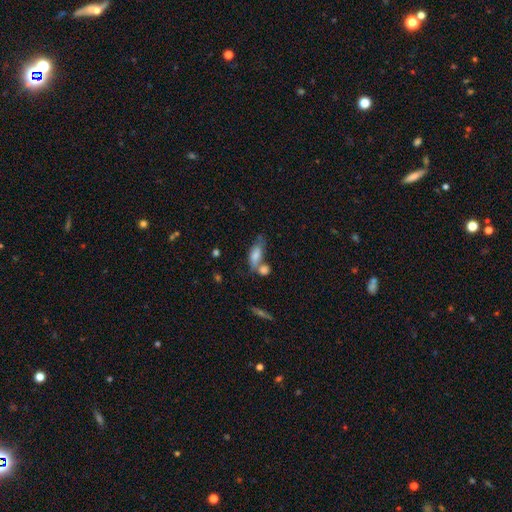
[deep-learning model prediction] Overall: smooth (73%). How rounded: in between (78%). Merging: merger (38%; none 35%).